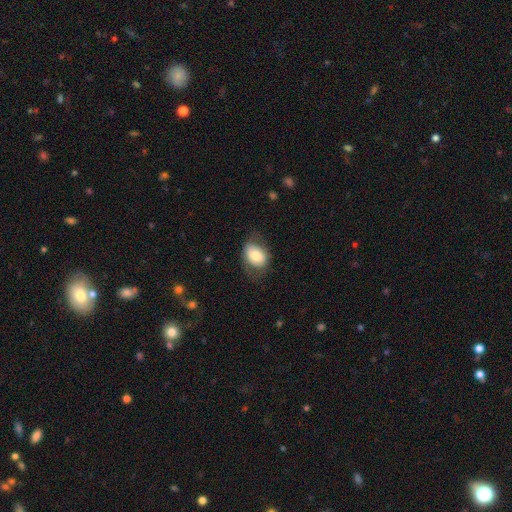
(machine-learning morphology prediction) Smooth or featured: smooth — 73% (featured or disk — 20%)
How rounded: in between — 71% (round — 28%)
Merging: none — 65% (minor disturbance — 23%)